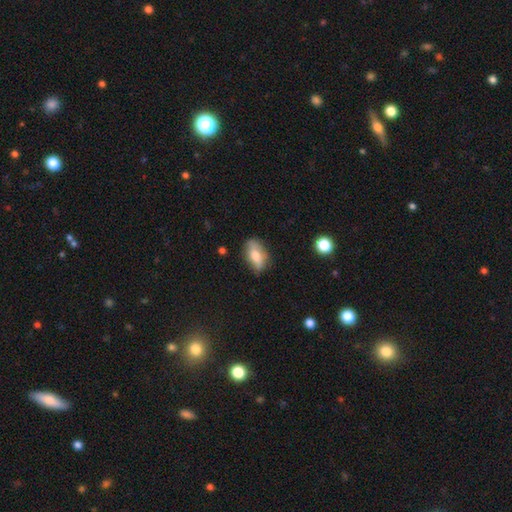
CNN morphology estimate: Smooth or featured?
  - smooth: 65% *
  - featured or disk: 27%
  - star or artifact: 8%
How rounded?
  - in between: 86% *
  - cigar-shaped: 7%
  - round: 7%
Merging?
  - none: 69% *
  - minor disturbance: 24%
  - major disturbance: 5%
  - merger: 2%